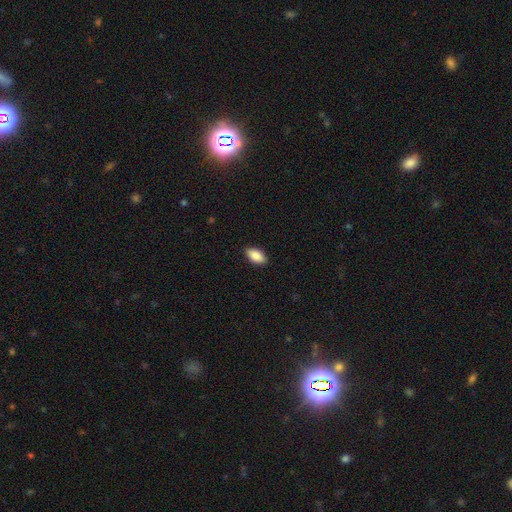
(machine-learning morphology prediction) Smooth or featured? Predicted: smooth (p=0.88). How rounded? Predicted: in between (p=0.93). Merging? Predicted: none (p=0.89).